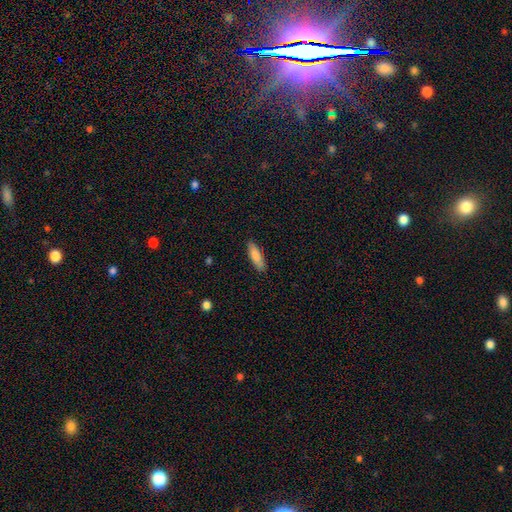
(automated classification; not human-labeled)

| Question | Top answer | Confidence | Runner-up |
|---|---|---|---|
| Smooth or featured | smooth | 85% | featured or disk (9%) |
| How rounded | cigar-shaped | 53% | in between (46%) |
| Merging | none | 85% | minor disturbance (11%) |